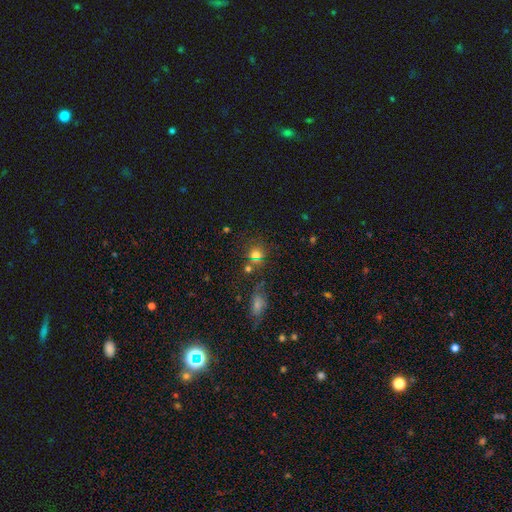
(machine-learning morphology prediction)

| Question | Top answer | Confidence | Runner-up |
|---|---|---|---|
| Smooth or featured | smooth | 60% | star or artifact (31%) |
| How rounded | round | 81% | in between (17%) |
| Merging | none | 69% | merger (13%) |